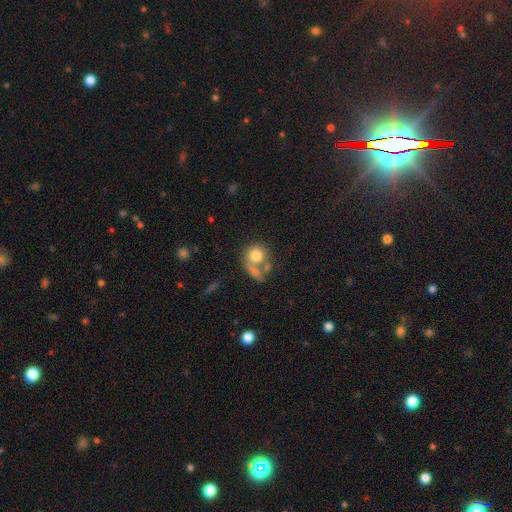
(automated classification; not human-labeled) Smooth or featured?
  - smooth: 75% *
  - featured or disk: 16%
  - star or artifact: 9%
How rounded?
  - round: 81% *
  - in between: 18%
  - cigar-shaped: 2%
Merging?
  - none: 38% *
  - merger: 37%
  - major disturbance: 13%
  - minor disturbance: 12%